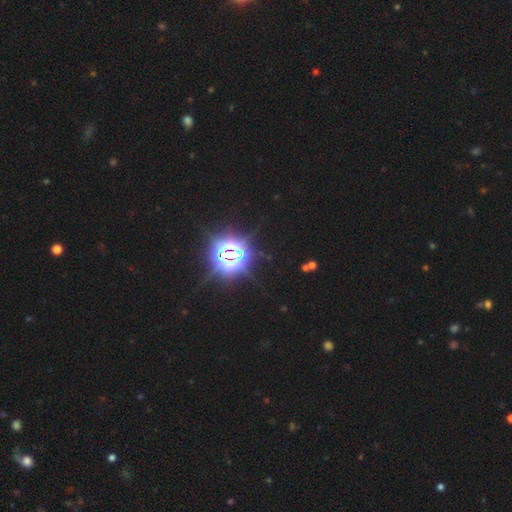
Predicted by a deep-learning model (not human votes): Smooth or featured? Predicted: star or artifact (p=0.86).